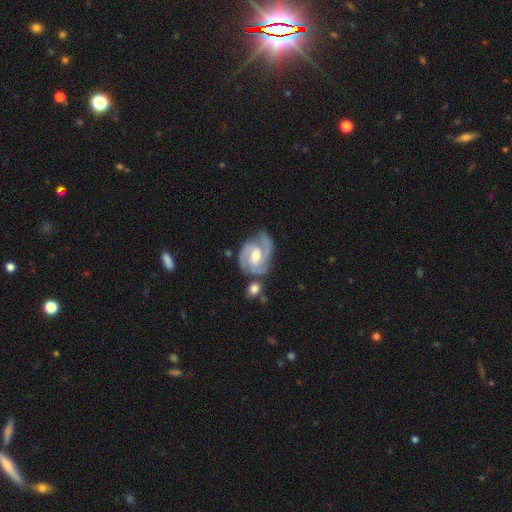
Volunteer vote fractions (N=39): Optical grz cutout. It shows a featured or disk galaxy (85%) with no bar (47%), 3 (87%) medium (57%) spiral arms (100%) and a moderate central bulge (77%). Merging: none (54%).